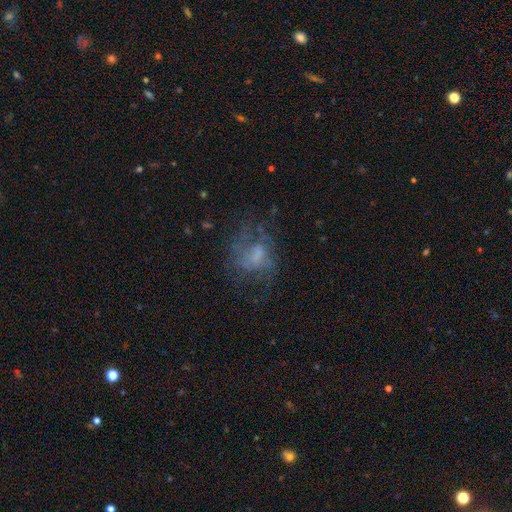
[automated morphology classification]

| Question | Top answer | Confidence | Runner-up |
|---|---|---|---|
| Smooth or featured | featured or disk | 52% | smooth (32%) |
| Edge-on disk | no | 97% | yes (3%) |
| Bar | no | 63% | weak (31%) |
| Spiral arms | no | 55% | yes (45%) |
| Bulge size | none | 45% | moderate (25%) |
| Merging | none | 49% | major disturbance (30%) |